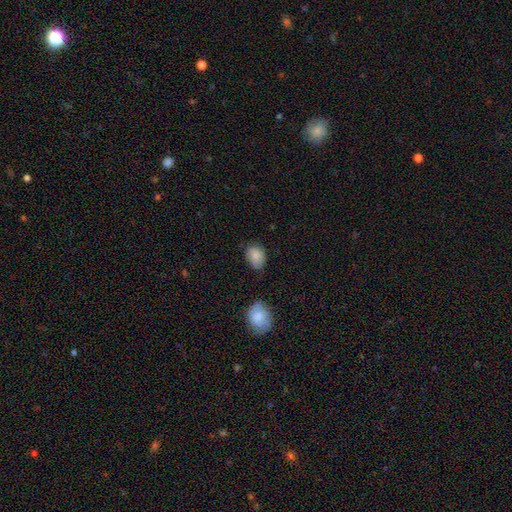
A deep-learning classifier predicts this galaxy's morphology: Overall: smooth (85%). How rounded: in between (72%). Merging: none (59%; minor disturbance 32%).